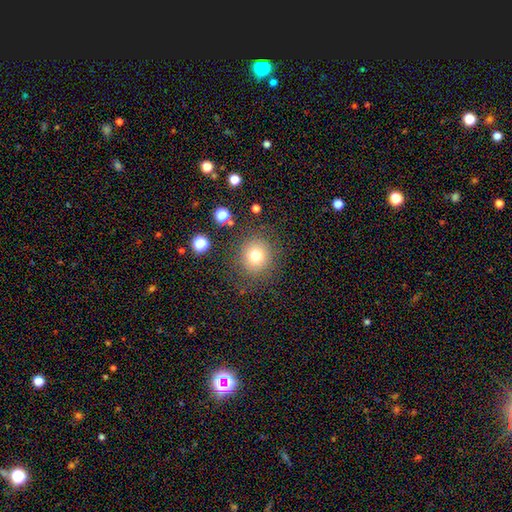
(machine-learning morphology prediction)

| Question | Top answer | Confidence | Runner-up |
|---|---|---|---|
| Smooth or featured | smooth | 75% | star or artifact (14%) |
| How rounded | round | 89% | in between (10%) |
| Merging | none | 83% | minor disturbance (10%) |